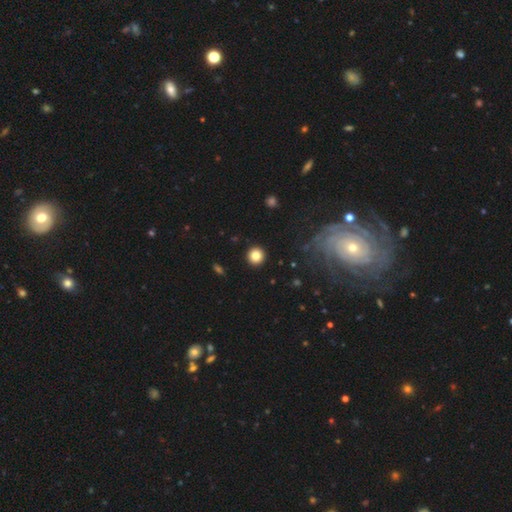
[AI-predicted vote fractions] The model was most divided on "smooth or featured": smooth: 84%, star or artifact: 10%, featured or disk: 6%. More confident: how rounded — round (94%); merging — none (93%).